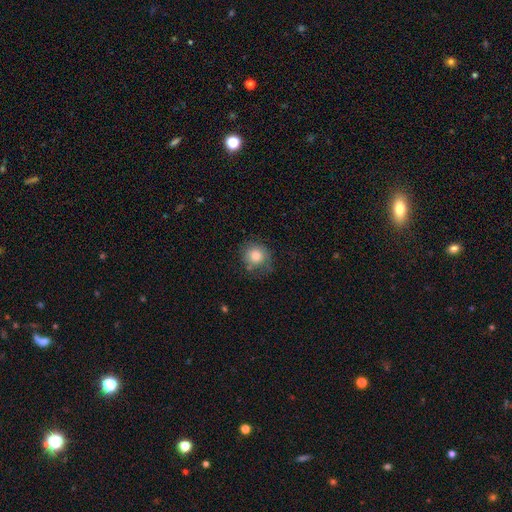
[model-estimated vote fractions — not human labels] smooth 74%, featured or disk 18%, star or artifact 9%. Down the decision tree: how rounded — round (84%); merging — none (61%).